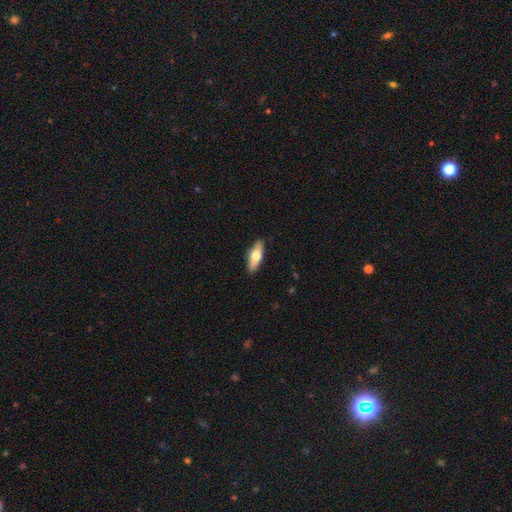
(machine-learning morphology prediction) smooth 62%, featured or disk 33%, star or artifact 6%. Down the decision tree: how rounded — in between (62%); merging — none (89%).